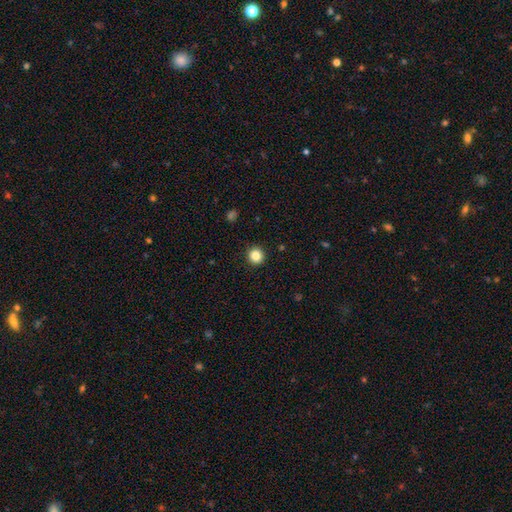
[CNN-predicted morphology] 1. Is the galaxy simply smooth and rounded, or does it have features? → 85% smooth, 10% star or artifact, 4% featured or disk.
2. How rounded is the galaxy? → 94% round, 5% in between, 1% cigar-shaped.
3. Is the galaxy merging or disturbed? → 93% none, 5% minor disturbance, 2% major disturbance, 1% merger.